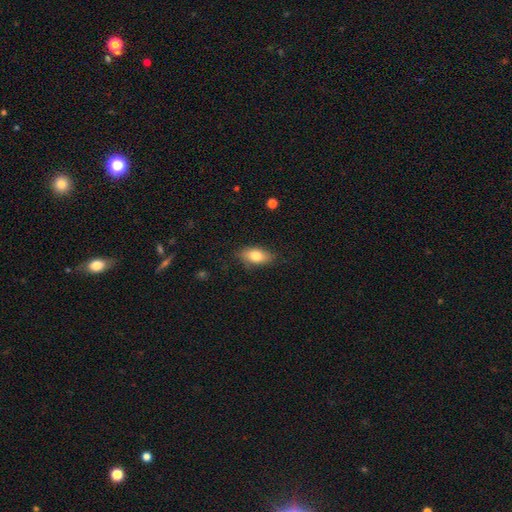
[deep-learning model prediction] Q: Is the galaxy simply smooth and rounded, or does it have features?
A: smooth — 77%.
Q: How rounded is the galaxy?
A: in between — 87%.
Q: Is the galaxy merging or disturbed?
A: none — 80%.